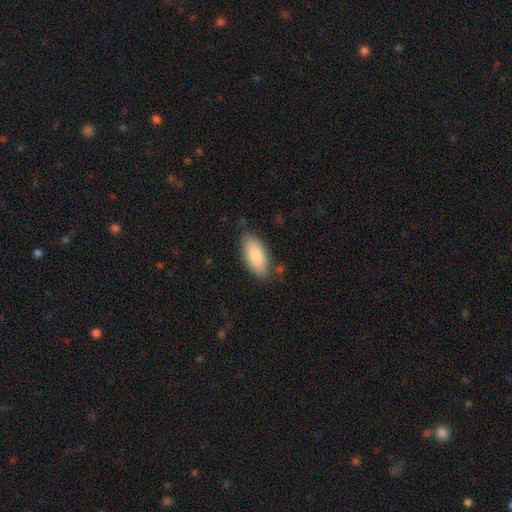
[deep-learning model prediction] The model was most divided on "merging": none: 80%, minor disturbance: 15%, major disturbance: 3%, merger: 2%. More confident: how rounded — in between (87%); smooth or featured — smooth (84%).